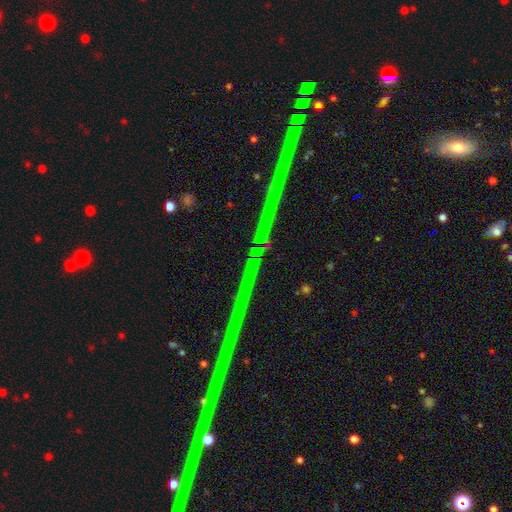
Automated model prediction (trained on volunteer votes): This is likely a star or artifact rather than a galaxy (76%).